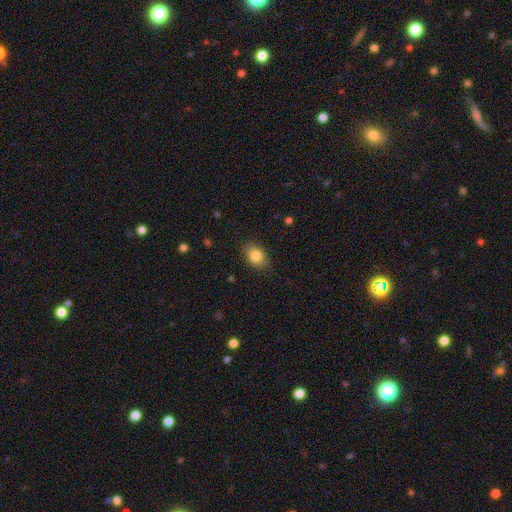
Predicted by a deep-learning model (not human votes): Q: Smooth or featured?
A: smooth (83%); runner-up: featured or disk (9%)
Q: How rounded?
A: in between (82%); runner-up: round (17%)
Q: Merging?
A: none (85%); runner-up: minor disturbance (11%)